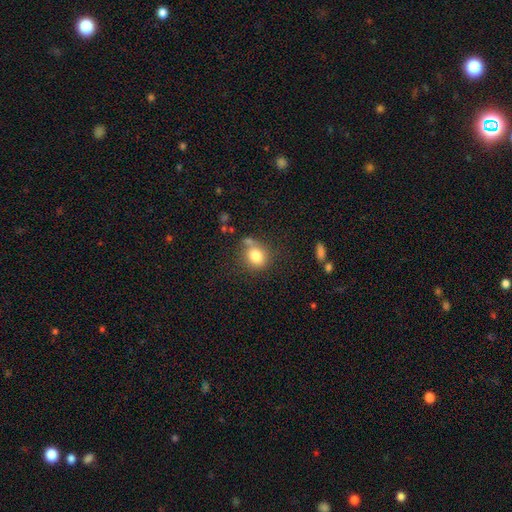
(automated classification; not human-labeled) Morphology: type=smooth (80%); roundness=round (70%); merging=none (64%).